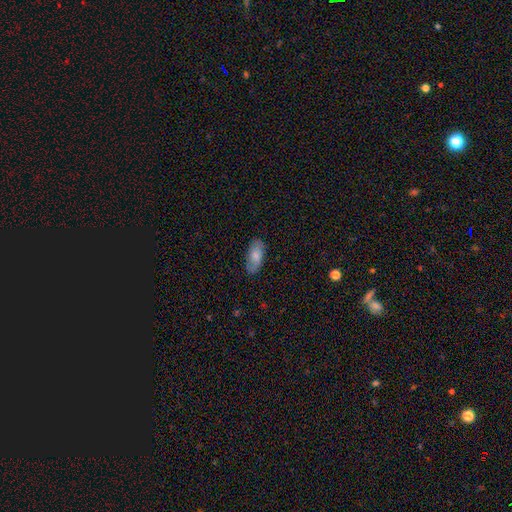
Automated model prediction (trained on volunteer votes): Smooth or featured: smooth — 71% (featured or disk — 22%)
How rounded: in between — 91% (cigar-shaped — 7%)
Merging: none — 81% (minor disturbance — 15%)